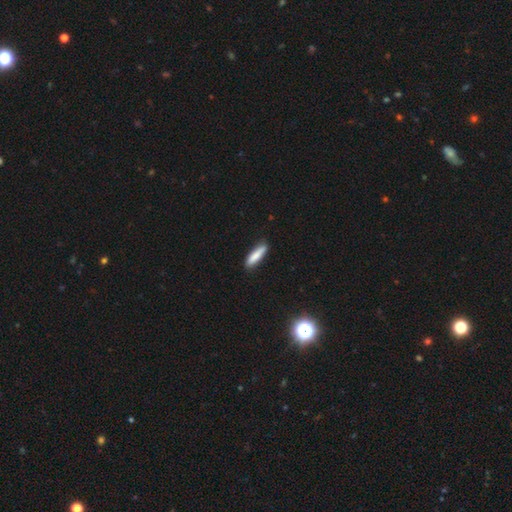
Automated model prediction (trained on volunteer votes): The model was most divided on "how rounded": cigar-shaped: 76%, in between: 22%, round: 1%. More confident: merging — none (85%); smooth or featured — smooth (83%).